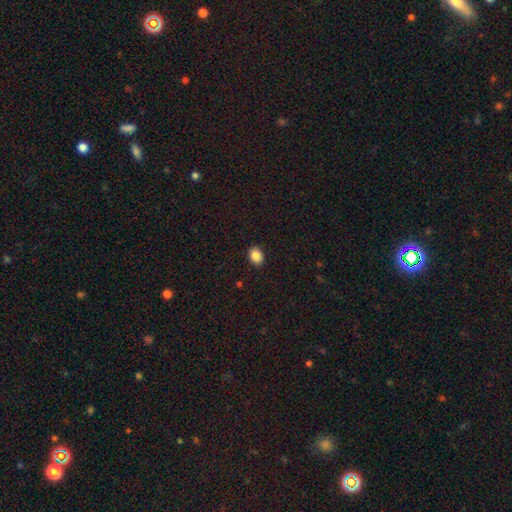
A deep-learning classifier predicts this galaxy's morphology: type=smooth (87%); roundness=in between (66%); merging=none (91%).